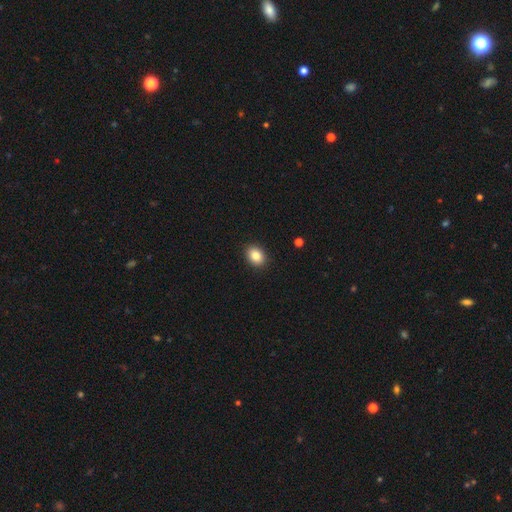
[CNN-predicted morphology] A smooth galaxy with no disk features (85%) that is in between round and cigar-shaped (64%).

Vote fractions:
- Smooth or featured? smooth: 85% / star or artifact: 9% / featured or disk: 6%
- How rounded? in between: 64% / round: 35% / cigar-shaped: 1%
- Merging? none: 91% / minor disturbance: 7% / major disturbance: 2% / merger: 1%